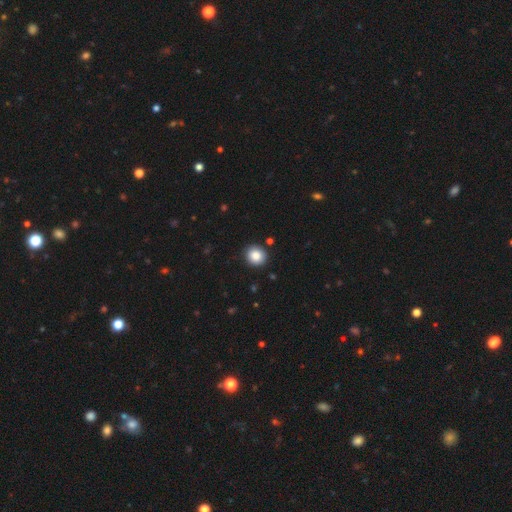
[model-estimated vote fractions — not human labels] A smooth galaxy with no disk features (86%) that is round (87%). Merging: none (89%).